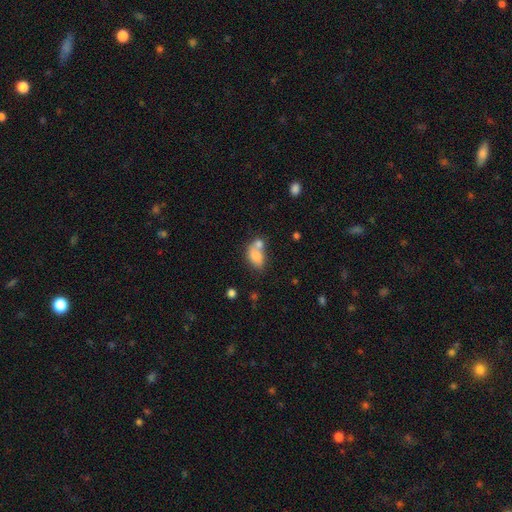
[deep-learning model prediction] Overall: smooth (76%). How rounded: in between (83%). Merging: merger (54%; none 25%).